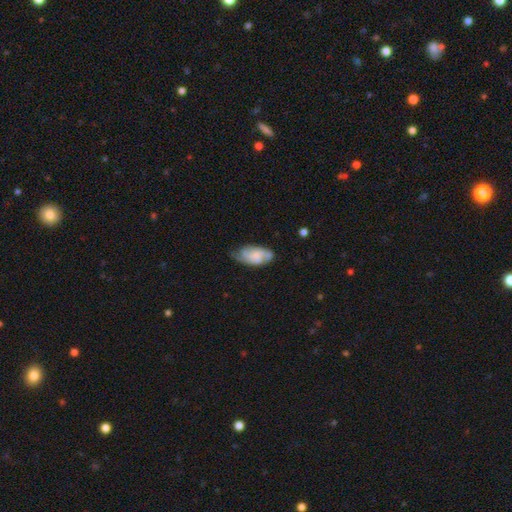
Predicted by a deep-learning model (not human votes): Morphology: type=featured or disk (52%); edge-on=no (94%); merging=none (52%).